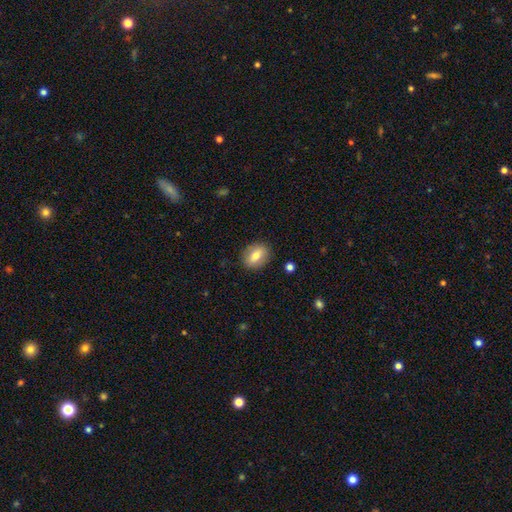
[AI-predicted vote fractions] Q: Smooth or featured?
A: smooth (73%); runner-up: featured or disk (19%)
Q: How rounded?
A: in between (66%); runner-up: round (31%)
Q: Merging?
A: none (87%); runner-up: minor disturbance (9%)